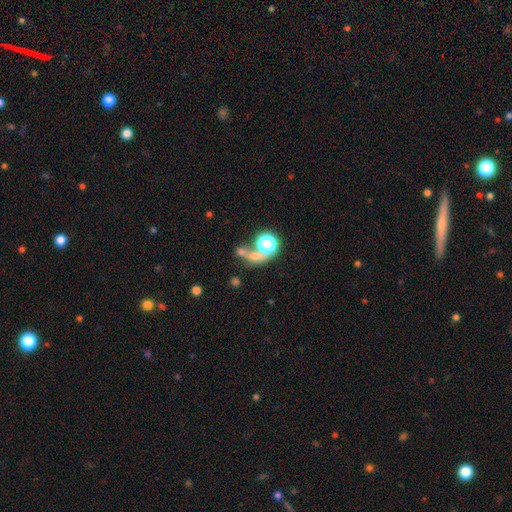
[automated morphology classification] Smooth or featured?
  - smooth: 52% *
  - star or artifact: 29%
  - featured or disk: 19%
How rounded?
  - round: 61% *
  - in between: 33%
  - cigar-shaped: 6%
Merging?
  - merger: 45% *
  - none: 33%
  - major disturbance: 13%
  - minor disturbance: 9%